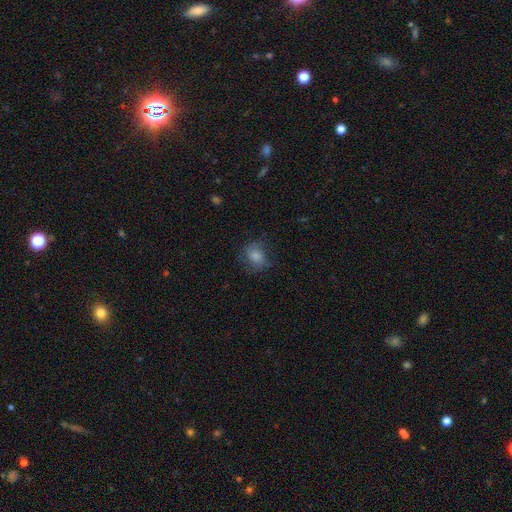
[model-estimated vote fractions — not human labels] smooth 64%, featured or disk 26%, star or artifact 10%. Down the decision tree: how rounded — round (61%); merging — none (62%).